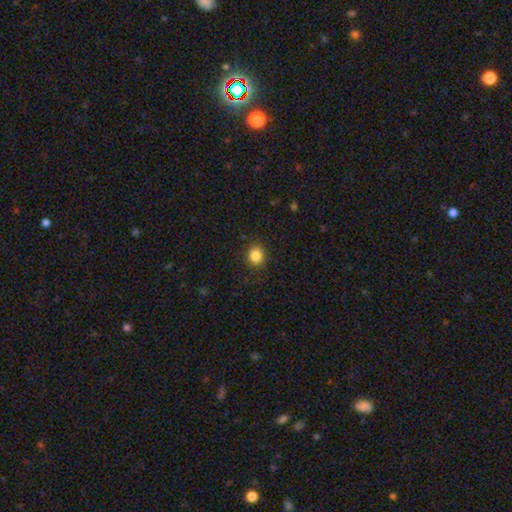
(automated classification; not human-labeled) smooth_or_featured: smooth (p=0.84) [alt: star or artifact p=0.11]
how_rounded: round (p=0.84) [alt: in between p=0.16]
merging: none (p=0.88) [alt: minor disturbance p=0.08]